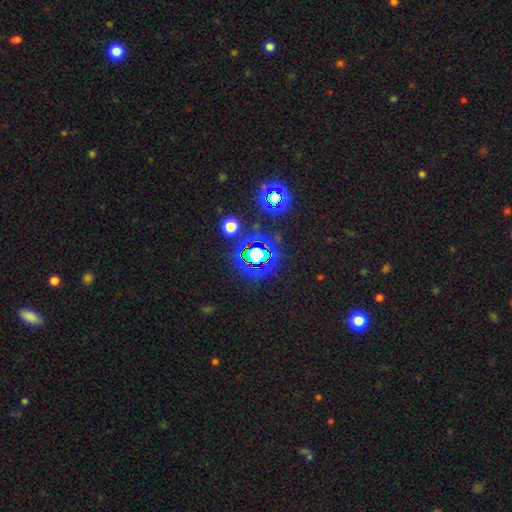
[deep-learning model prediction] Smooth or featured: star or artifact — 73% (smooth — 17%)